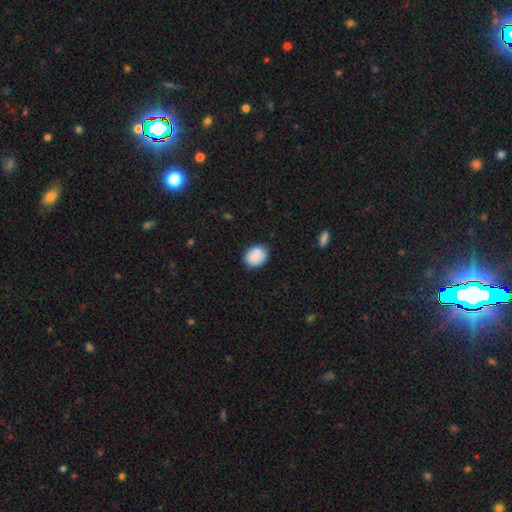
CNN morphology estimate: smooth-or-featured: smooth: 84% | star or artifact: 8% | featured or disk: 8%
  how-rounded: round: 50% | in between: 49% | cigar-shaped: 1%
  merging: none: 71% | minor disturbance: 21% | merger: 4% | major disturbance: 4%